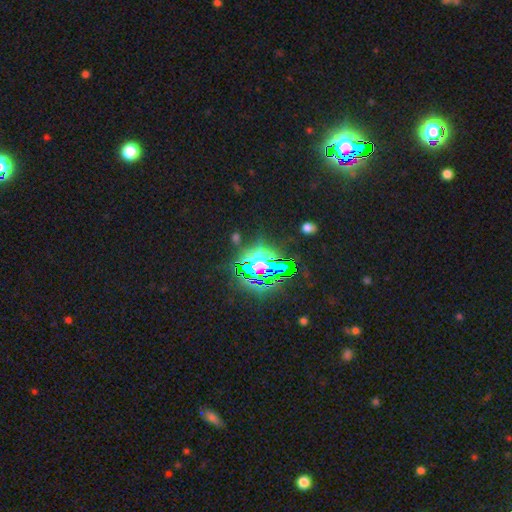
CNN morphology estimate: Q: Smooth or featured?
A: star or artifact (79%); runner-up: smooth (12%)